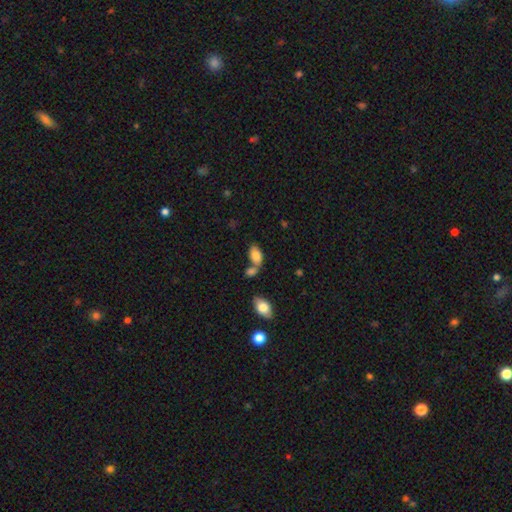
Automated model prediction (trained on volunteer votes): Smooth or featured? Predicted: smooth (p=0.82). How rounded? Predicted: in between (p=0.93). Merging? Predicted: none (p=0.42).